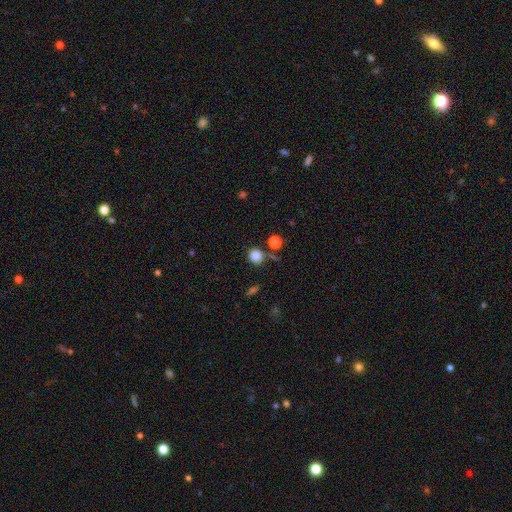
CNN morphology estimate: Smooth or featured: smooth — 83% (star or artifact — 12%)
How rounded: round — 82% (in between — 17%)
Merging: none — 67% (minor disturbance — 15%)